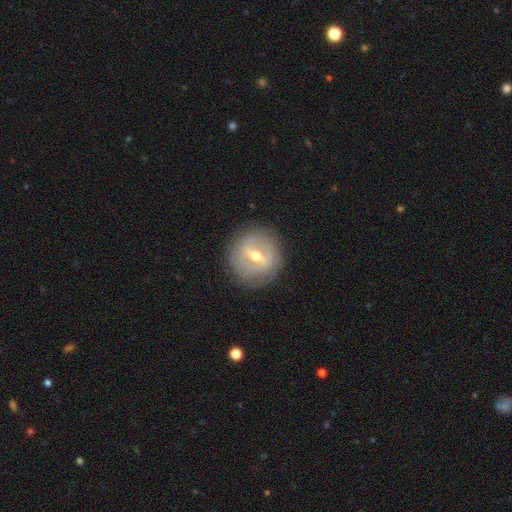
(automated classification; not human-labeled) This is likely a featured or disk galaxy (72%). It is clearly not viewed edge-on (89%). Bar: possibly strong (52%). Spiral arm pattern: likely no (61%). Central bulge: likely moderate (64%). Merging: clearly none (84%).